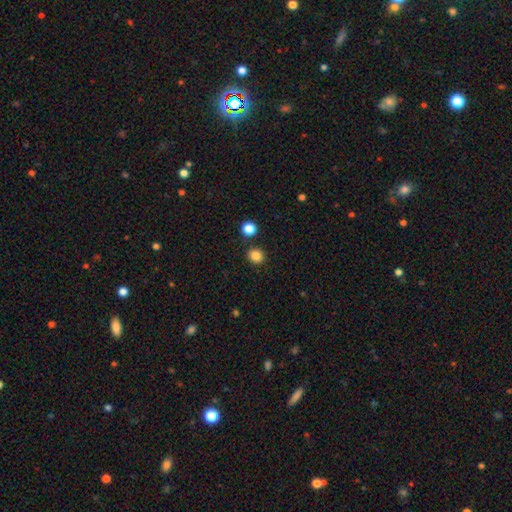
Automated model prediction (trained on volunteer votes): smooth_or_featured: smooth (p=0.85) [alt: star or artifact p=0.12]
how_rounded: round (p=0.87) [alt: in between p=0.12]
merging: none (p=0.88) [alt: minor disturbance p=0.06]